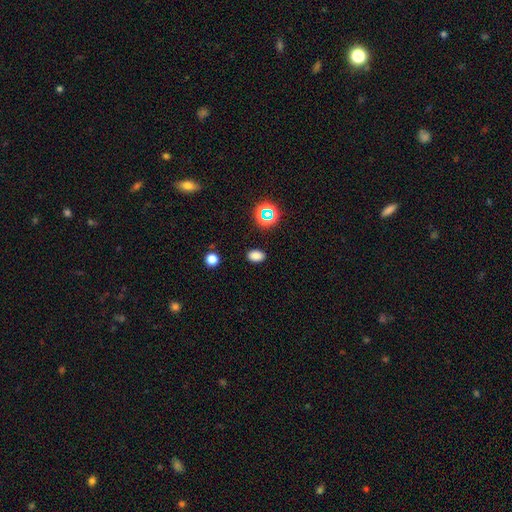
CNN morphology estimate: A smooth galaxy with no disk features (80%) that is in between round and cigar-shaped (81%). Merging: none (88%).